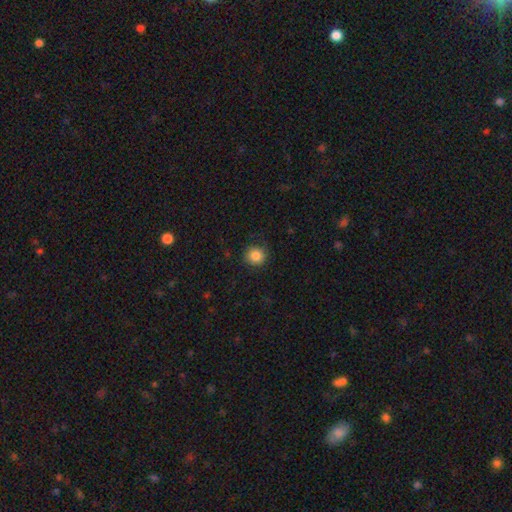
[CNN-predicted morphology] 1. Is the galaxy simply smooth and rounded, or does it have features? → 86% smooth, 10% star or artifact, 5% featured or disk.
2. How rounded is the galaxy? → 90% round, 9% in between, 1% cigar-shaped.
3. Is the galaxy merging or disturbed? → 83% none, 13% minor disturbance, 4% major disturbance, 1% merger.